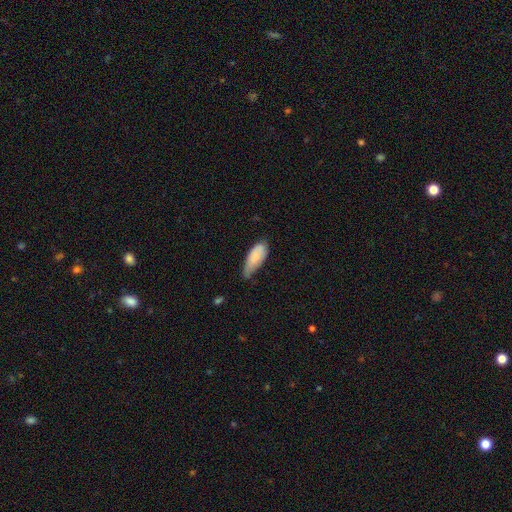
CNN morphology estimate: This appears to be a smooth galaxy with no disk features (82%) that is in between round and cigar-shaped (81%). Merging: minor disturbance (52%).